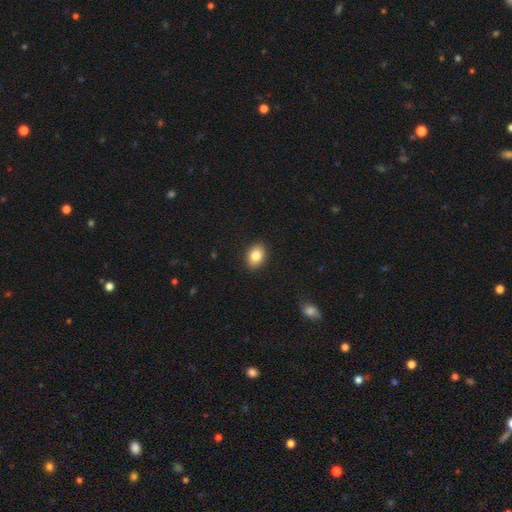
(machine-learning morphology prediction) A smooth galaxy with no disk features (83%) that is in between round and cigar-shaped (70%).

Vote fractions:
- Smooth or featured? smooth: 83% / star or artifact: 9% / featured or disk: 8%
- How rounded? in between: 70% / round: 29% / cigar-shaped: 1%
- Merging? none: 90% / minor disturbance: 7% / major disturbance: 2% / merger: 1%